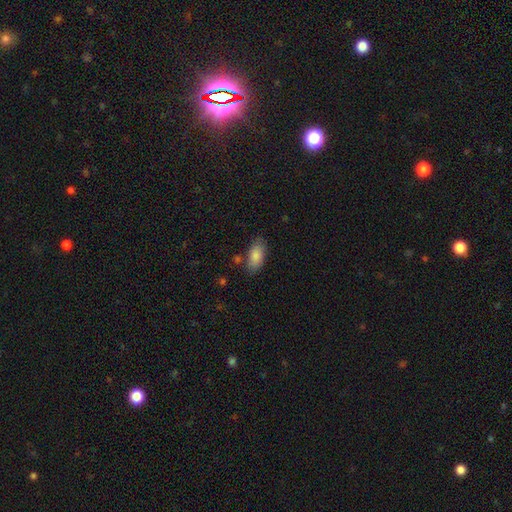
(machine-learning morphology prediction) A smooth galaxy with no disk features (85%) that is in between round and cigar-shaped (91%).

Vote fractions:
- Smooth or featured? smooth: 85% / featured or disk: 8% / star or artifact: 7%
- How rounded? in between: 91% / cigar-shaped: 6% / round: 3%
- Merging? none: 76% / minor disturbance: 16% / merger: 4% / major disturbance: 4%